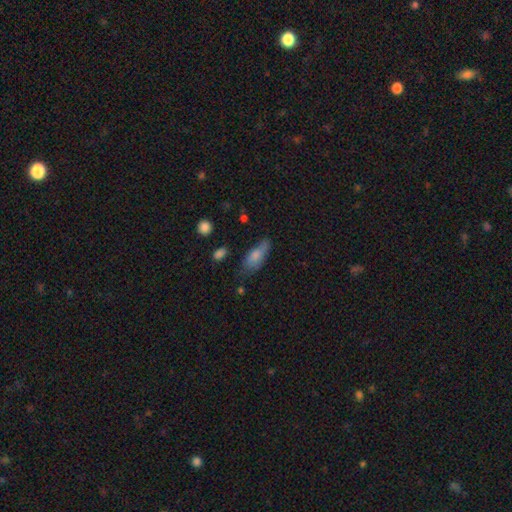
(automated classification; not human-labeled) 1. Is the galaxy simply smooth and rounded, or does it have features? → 76% smooth, 17% featured or disk, 7% star or artifact.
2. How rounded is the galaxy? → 75% in between, 22% cigar-shaped, 3% round.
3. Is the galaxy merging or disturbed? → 54% none, 33% minor disturbance, 9% major disturbance, 3% merger.